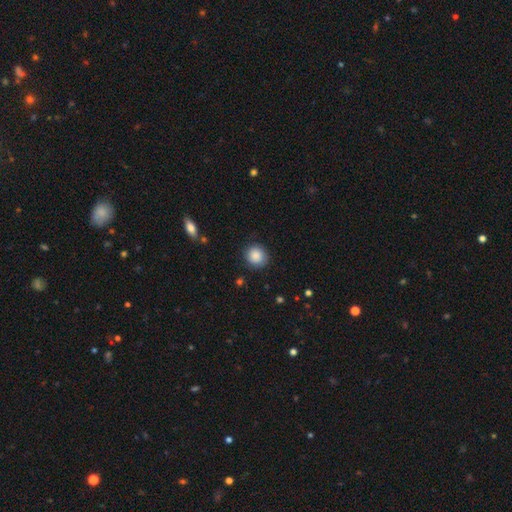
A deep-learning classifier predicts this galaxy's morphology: smooth 87%, star or artifact 8%, featured or disk 5%. Down the decision tree: how rounded — round (86%); merging — none (84%).